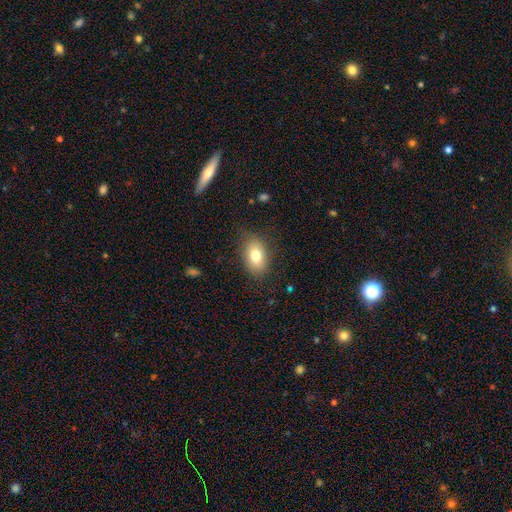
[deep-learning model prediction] Overall: smooth (77%). How rounded: in between (85%). Merging: none (80%).